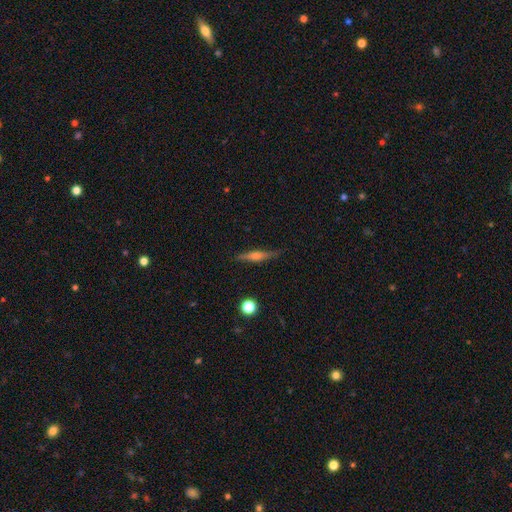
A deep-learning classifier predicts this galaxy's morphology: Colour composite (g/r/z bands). It shows a featured or disk galaxy (68%) viewed edge-on (97%) with a rounded central bulge (80%). Merging: none (87%).